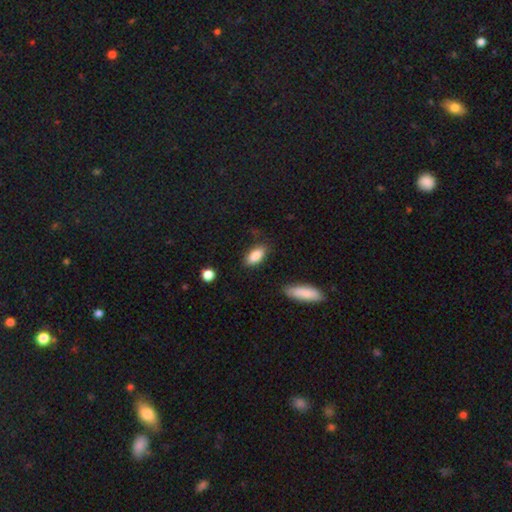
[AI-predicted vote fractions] Smooth or featured? Predicted: smooth (p=0.85). How rounded? Predicted: in between (p=0.86). Merging? Predicted: none (p=0.82).